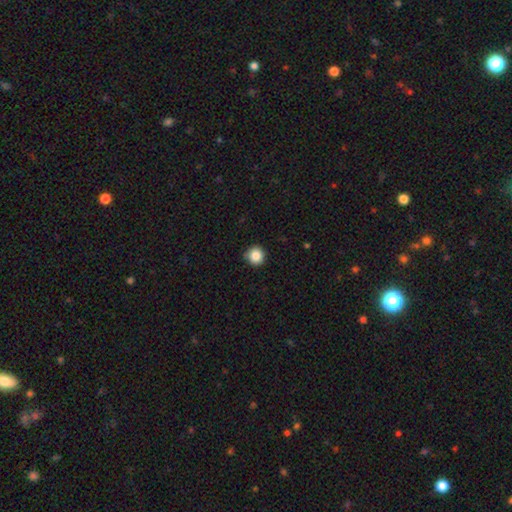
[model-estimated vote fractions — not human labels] Smooth or featured?
  - smooth: 86% *
  - star or artifact: 10%
  - featured or disk: 4%
How rounded?
  - round: 94% *
  - in between: 5%
  - cigar-shaped: 1%
Merging?
  - none: 88% *
  - minor disturbance: 9%
  - major disturbance: 2%
  - merger: 1%